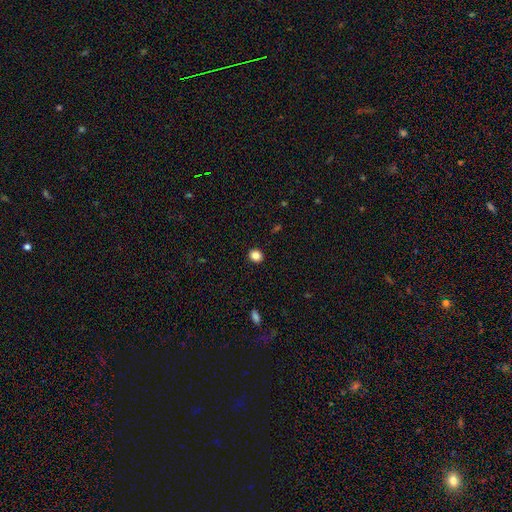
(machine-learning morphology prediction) smooth_or_featured: smooth (p=0.86) [alt: star or artifact p=0.10]
how_rounded: round (p=0.77) [alt: in between p=0.22]
merging: none (p=0.92) [alt: minor disturbance p=0.05]